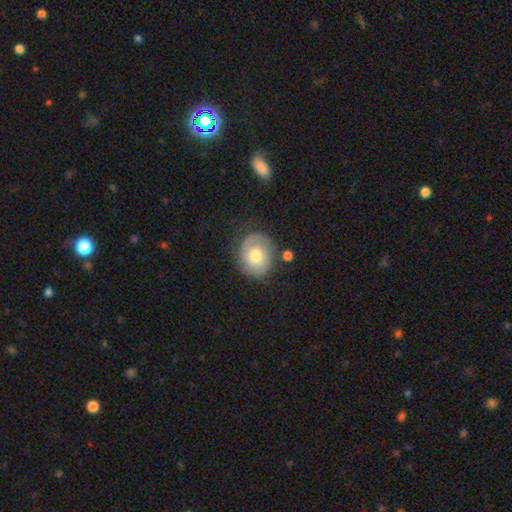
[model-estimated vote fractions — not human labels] The model was most divided on "spiral winding": tight: 58%, medium: 31%, loose: 12%. More confident: edge-on disk — no (97%); spiral arms — yes (86%); bar — no (77%); merging — none (75%); bulge size — moderate (71%); spiral arm count — 2 (67%); smooth or featured — featured or disk (64%).